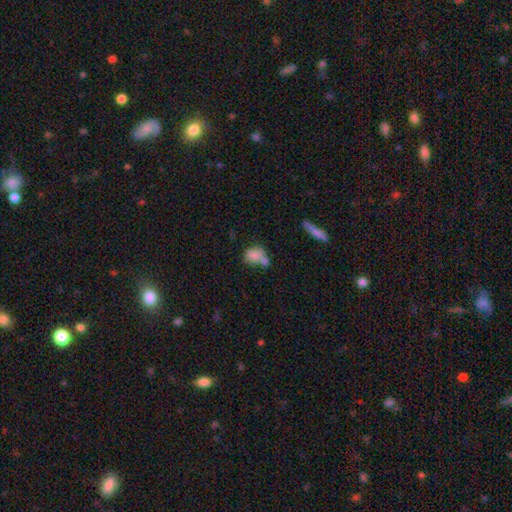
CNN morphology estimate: The model was most divided on "merging": merger: 42%, none: 34%, minor disturbance: 16%, major disturbance: 8%. More confident: smooth or featured — smooth (77%); how rounded — in between (57%).